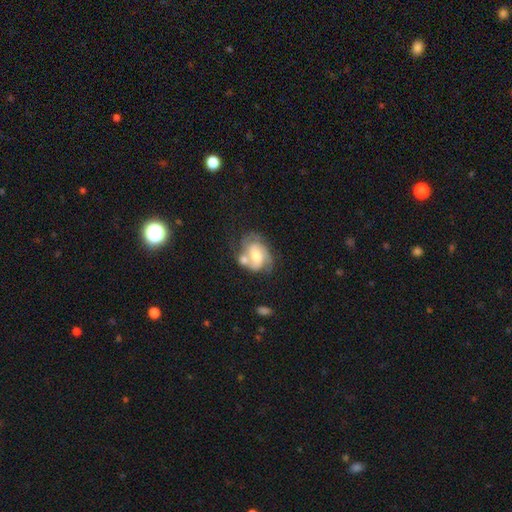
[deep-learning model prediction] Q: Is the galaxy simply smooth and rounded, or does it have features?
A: featured or disk — 72%.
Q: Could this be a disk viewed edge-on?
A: no — 97%.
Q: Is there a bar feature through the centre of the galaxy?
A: no — 55%.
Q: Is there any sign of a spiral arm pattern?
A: yes — 90%.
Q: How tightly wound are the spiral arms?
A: medium — 44%.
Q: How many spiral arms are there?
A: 2 — 55%.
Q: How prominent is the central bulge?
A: moderate — 57%.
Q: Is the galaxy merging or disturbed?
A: none — 38%.